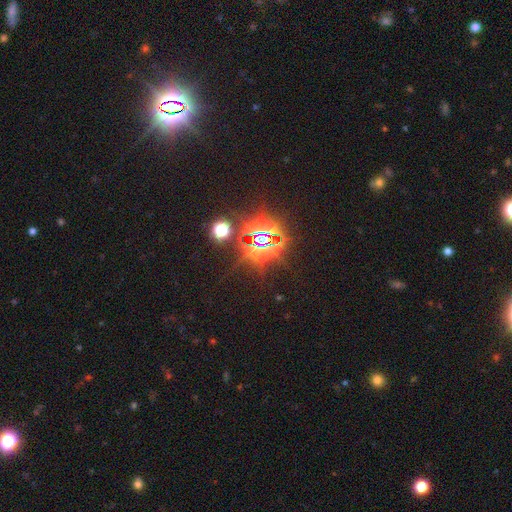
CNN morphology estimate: This appears to be a star or artifact, not a galaxy (83%).